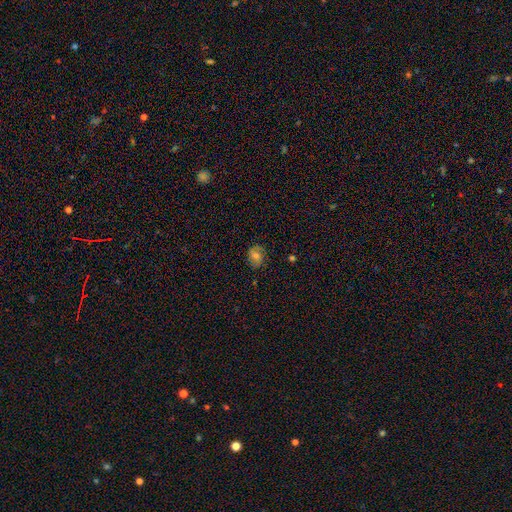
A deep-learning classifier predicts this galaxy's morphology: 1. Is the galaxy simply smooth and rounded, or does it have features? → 51% smooth, 36% featured or disk, 13% star or artifact.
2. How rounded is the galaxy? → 52% in between, 46% round, 2% cigar-shaped.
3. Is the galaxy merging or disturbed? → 78% none, 16% minor disturbance, 4% major disturbance, 1% merger.